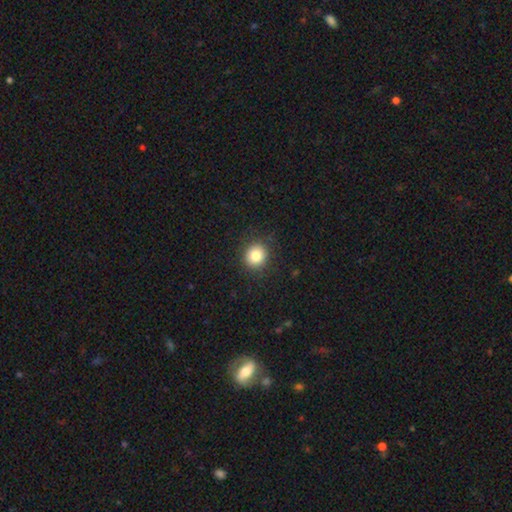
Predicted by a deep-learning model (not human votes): A smooth galaxy with no disk features (82%) that is round (88%). Merging: none (89%).